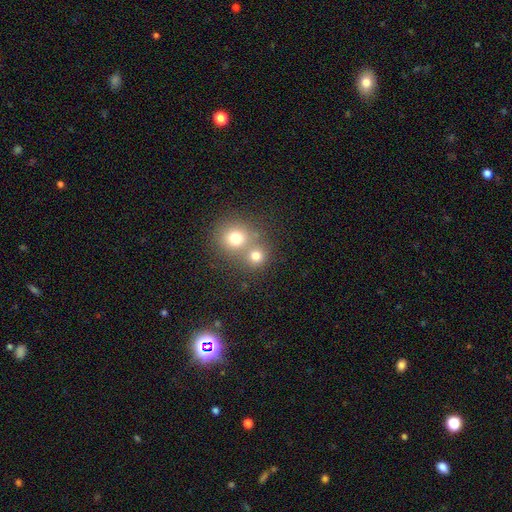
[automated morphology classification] Smooth or featured? smooth (76%)
How rounded? round (86%)
Merging? none (48%)